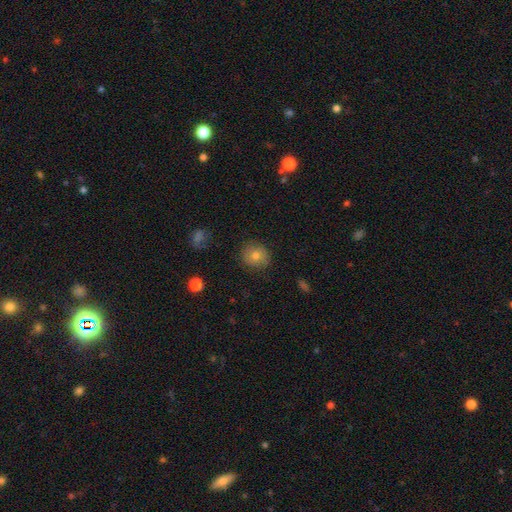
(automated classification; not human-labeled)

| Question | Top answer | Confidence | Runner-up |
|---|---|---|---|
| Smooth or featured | smooth | 77% | featured or disk (12%) |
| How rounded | round | 84% | in between (15%) |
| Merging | none | 87% | minor disturbance (10%) |